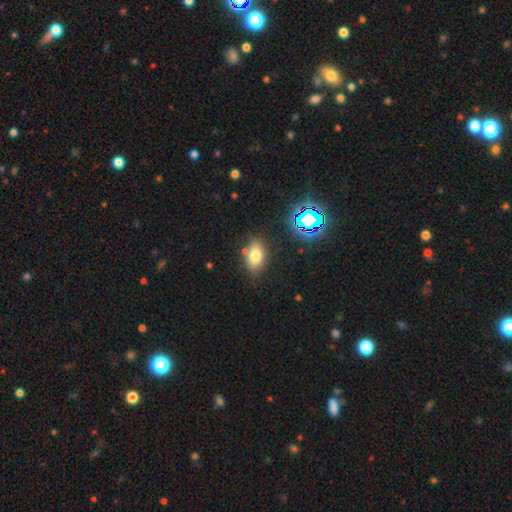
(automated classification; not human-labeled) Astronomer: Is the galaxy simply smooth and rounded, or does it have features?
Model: smooth — 74%.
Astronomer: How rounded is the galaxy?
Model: in between — 87%.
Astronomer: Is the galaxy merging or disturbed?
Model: none — 76%.